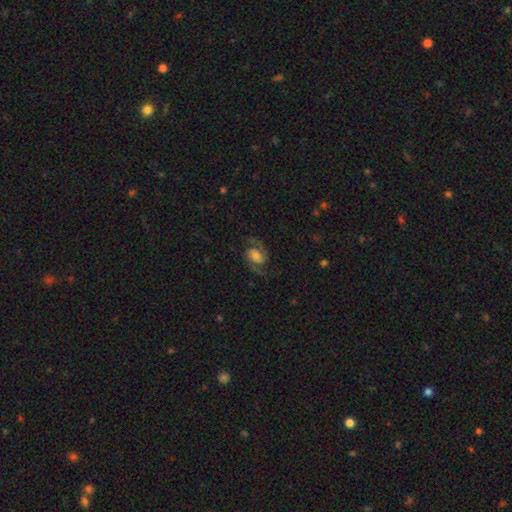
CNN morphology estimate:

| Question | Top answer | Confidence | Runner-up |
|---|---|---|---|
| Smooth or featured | featured or disk | 85% | smooth (8%) |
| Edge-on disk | no | 98% | yes (2%) |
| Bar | no | 48% | weak (40%) |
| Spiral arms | yes | 97% | no (3%) |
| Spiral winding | medium | 56% | loose (30%) |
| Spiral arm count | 2 | 94% | can't tell (2%) |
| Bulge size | moderate | 57% | small (24%) |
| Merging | none | 78% | minor disturbance (13%) |